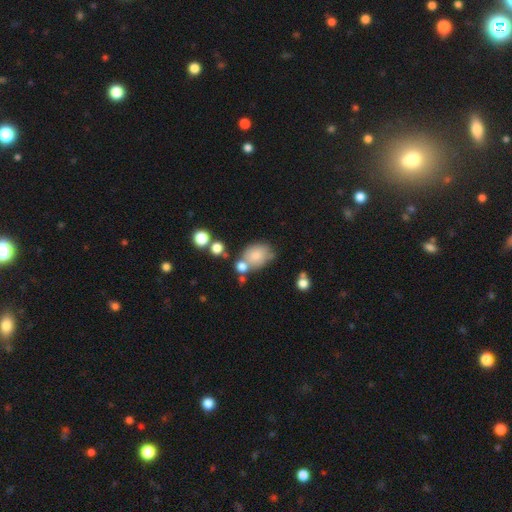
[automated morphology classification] A smooth galaxy with no disk features (76%) that is in between round and cigar-shaped (62%).

Vote fractions:
- Smooth or featured? smooth: 76% / featured or disk: 14% / star or artifact: 10%
- How rounded? in between: 62% / round: 36% / cigar-shaped: 1%
- Merging? none: 48% / merger: 26% / minor disturbance: 18% / major disturbance: 7%